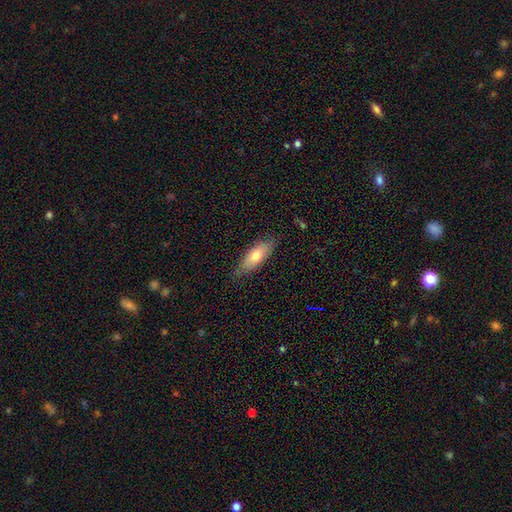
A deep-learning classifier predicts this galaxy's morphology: type=smooth (71%); roundness=in between (71%); merging=none (79%).